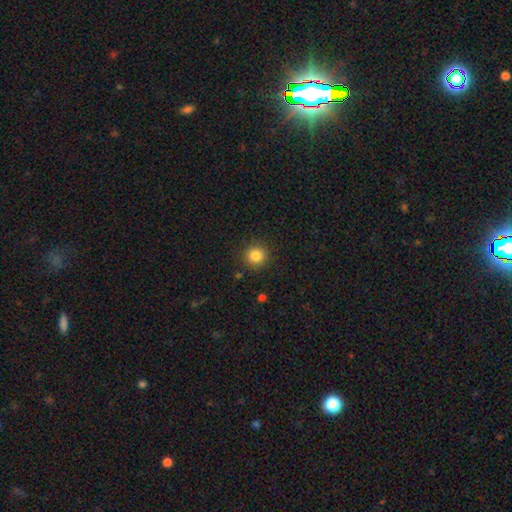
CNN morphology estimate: smooth_or_featured: smooth (p=0.85) [alt: star or artifact p=0.11]
how_rounded: round (p=0.93) [alt: in between p=0.06]
merging: none (p=0.90) [alt: minor disturbance p=0.06]